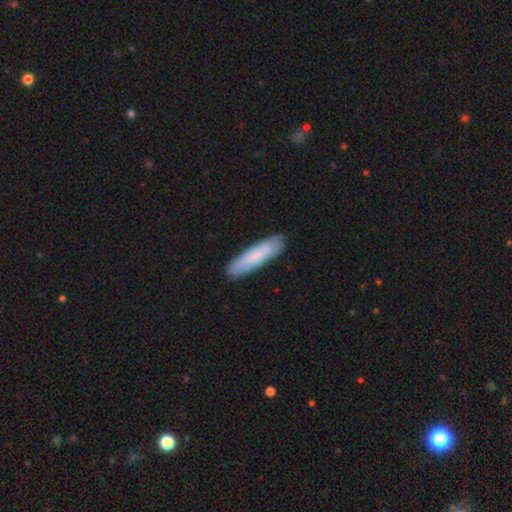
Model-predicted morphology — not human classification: Smooth or featured: smooth — 76% (featured or disk — 18%)
How rounded: cigar-shaped — 78% (in between — 21%)
Merging: none — 86% (minor disturbance — 11%)